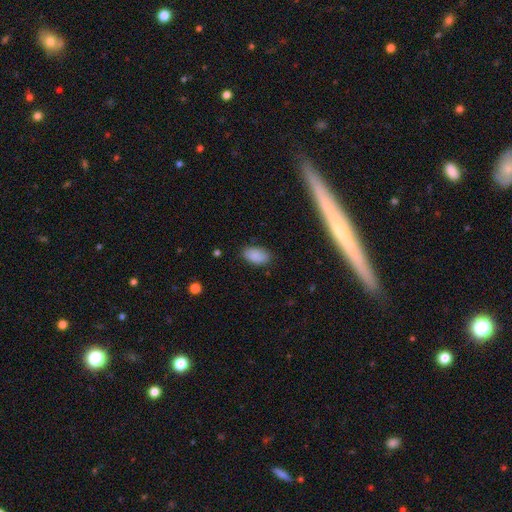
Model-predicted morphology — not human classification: Smooth or featured? smooth (88%)
How rounded? in between (94%)
Merging? none (85%)